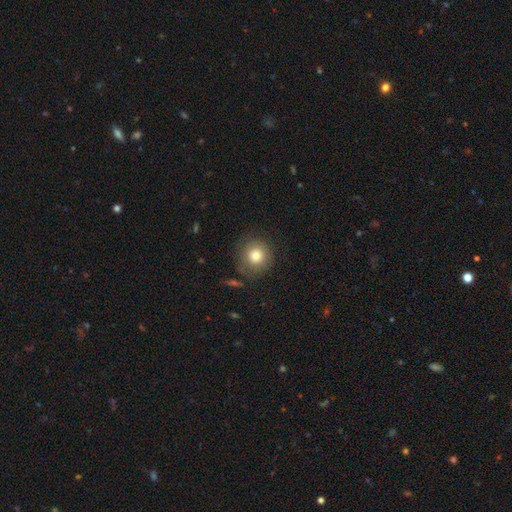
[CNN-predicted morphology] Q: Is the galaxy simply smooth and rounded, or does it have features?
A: smooth — 78%.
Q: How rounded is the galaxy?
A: round — 92%.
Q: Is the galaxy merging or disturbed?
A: none — 80%.